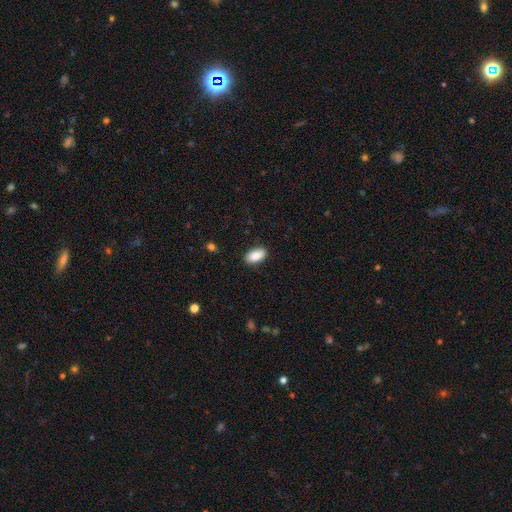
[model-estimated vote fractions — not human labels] Q: Smooth or featured?
A: smooth (88%); runner-up: star or artifact (7%)
Q: How rounded?
A: in between (93%); runner-up: cigar-shaped (4%)
Q: Merging?
A: none (88%); runner-up: minor disturbance (9%)